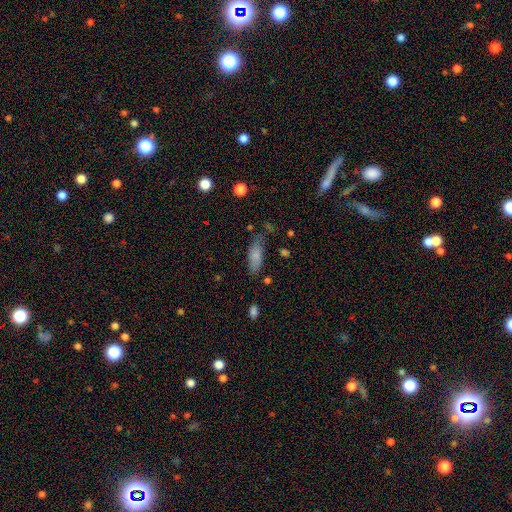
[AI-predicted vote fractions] This appears to be a smooth galaxy with no disk features (80%) that is in between round and cigar-shaped (75%). Merging: none (58%).